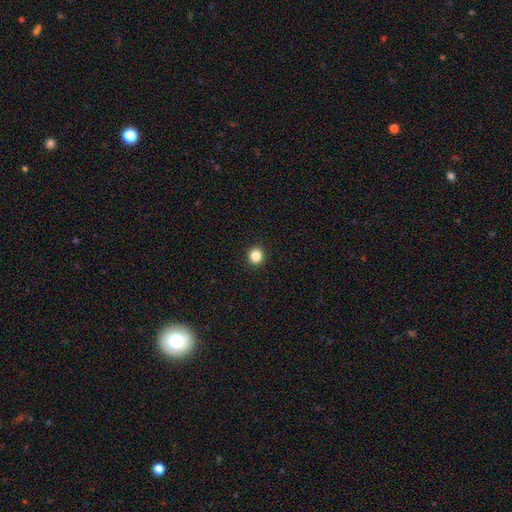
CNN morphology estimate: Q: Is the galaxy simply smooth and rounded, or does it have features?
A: smooth — 85%.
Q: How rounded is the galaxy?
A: round — 91%.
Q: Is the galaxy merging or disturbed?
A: none — 93%.